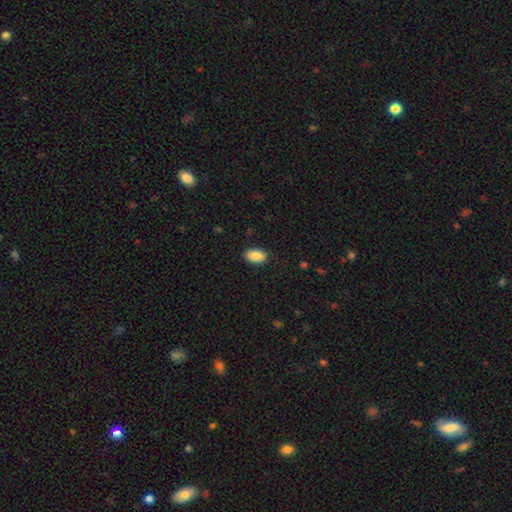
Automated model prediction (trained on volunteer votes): Smooth or featured?
  - smooth: 87% *
  - star or artifact: 7%
  - featured or disk: 6%
How rounded?
  - in between: 91% *
  - round: 8%
  - cigar-shaped: 2%
Merging?
  - none: 87% *
  - minor disturbance: 9%
  - major disturbance: 2%
  - merger: 1%